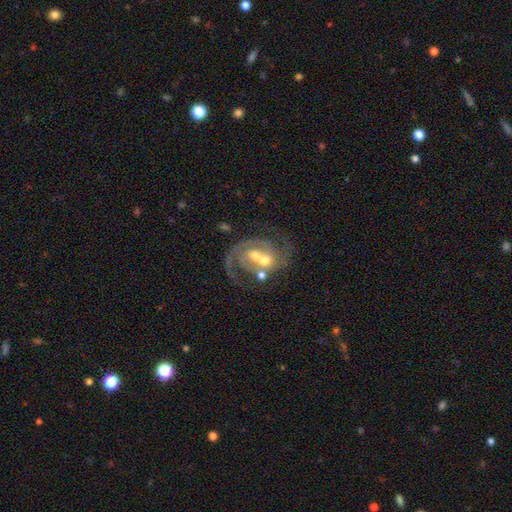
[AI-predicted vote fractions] A featured or disk galaxy (84%) with no bar (56%), 2 (72%) medium (51%) spiral arms (92%) and a moderate central bulge (63%).

Vote fractions:
- Smooth or featured? featured or disk: 84% / smooth: 10% / star or artifact: 6%
- Edge-on disk? no: 98% / yes: 2%
- Bar? no: 56% / weak: 33% / strong: 12%
- Spiral arms? yes: 92% / no: 8%
- Spiral winding? medium: 51% / tight: 26% / loose: 23%
- Spiral arm count? 2: 72% / 1: 12% / can't tell: 8% / 3: 5% / 4: 2% / more than 4: 2%
- Bulge size? moderate: 63% / small: 26% / large: 7% / none: 3% / dominant: 1%
- Merging? merger: 41% / none: 32% / major disturbance: 15% / minor disturbance: 12%